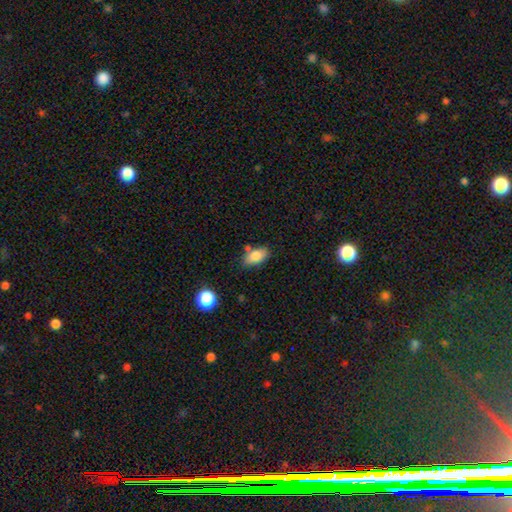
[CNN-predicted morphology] This appears to be a smooth galaxy with no disk features (83%) that is in between round and cigar-shaped (89%). Merging: none (69%).